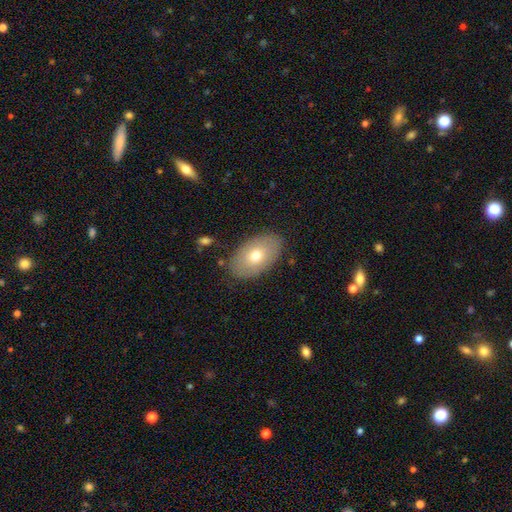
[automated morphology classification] Smooth or featured? smooth (69%)
How rounded? in between (92%)
Merging? none (84%)